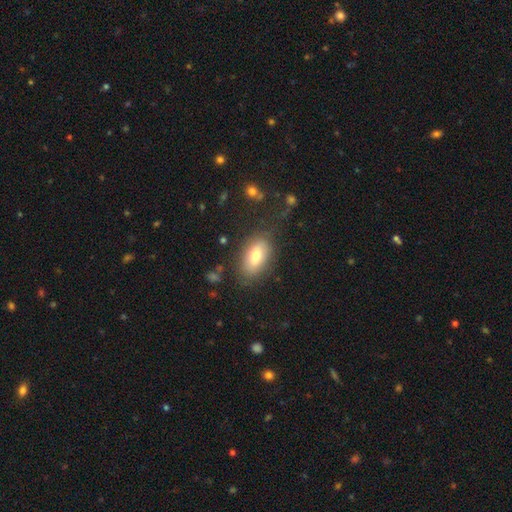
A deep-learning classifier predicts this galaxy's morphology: Smooth or featured: smooth — 73% (featured or disk — 19%)
How rounded: in between — 90% (cigar-shaped — 5%)
Merging: none — 77% (minor disturbance — 15%)